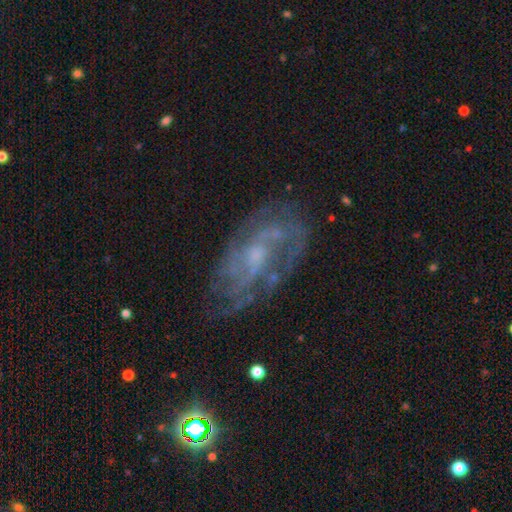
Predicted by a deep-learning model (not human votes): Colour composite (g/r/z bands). It shows a featured or disk galaxy (77%) with no bar (56%), medium (41%) spiral arms (83%) and a small central bulge (58%). Merging: none (64%).